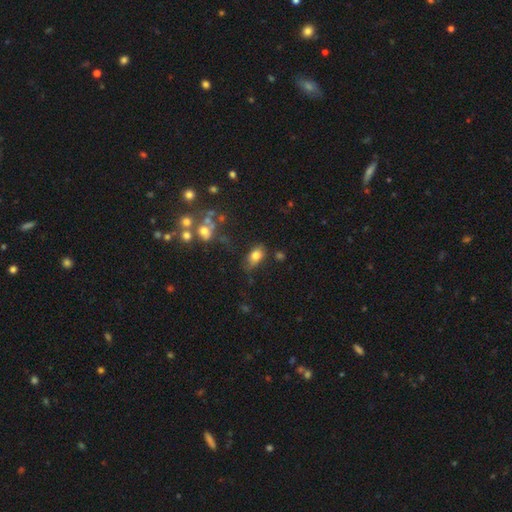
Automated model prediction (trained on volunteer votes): Q: Smooth or featured?
A: smooth (78%); runner-up: featured or disk (12%)
Q: How rounded?
A: in between (85%); runner-up: round (12%)
Q: Merging?
A: none (59%); runner-up: minor disturbance (25%)